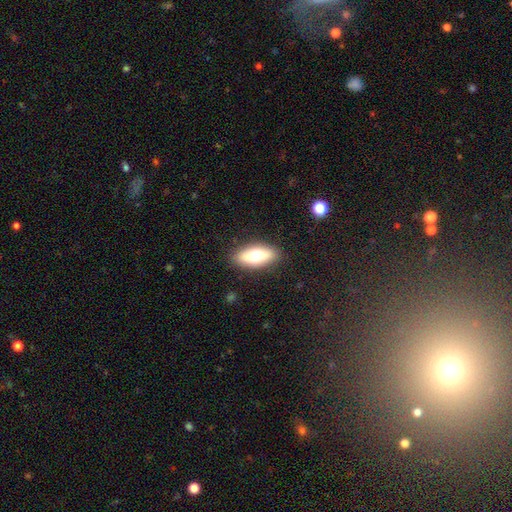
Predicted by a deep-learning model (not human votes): Q: Smooth or featured?
A: smooth (68%); runner-up: featured or disk (25%)
Q: How rounded?
A: in between (75%); runner-up: cigar-shaped (22%)
Q: Merging?
A: none (88%); runner-up: minor disturbance (9%)